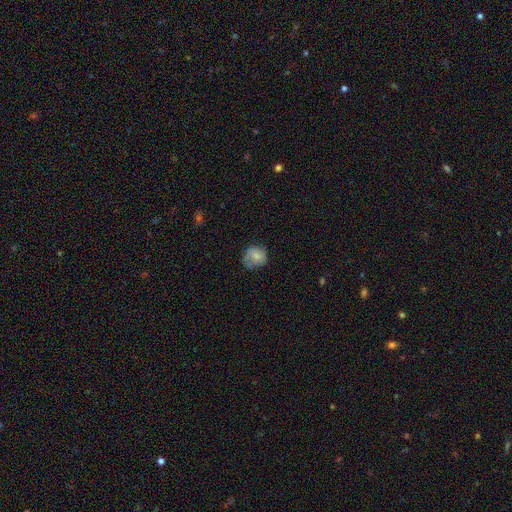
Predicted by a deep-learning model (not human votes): Overall: smooth (67%). How rounded: round (76%). Merging: none (56%; minor disturbance 29%).